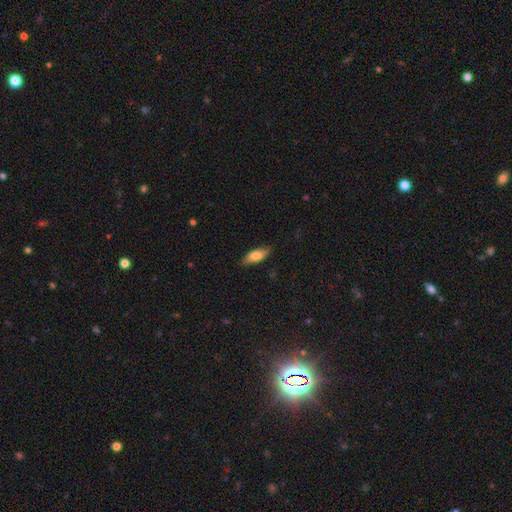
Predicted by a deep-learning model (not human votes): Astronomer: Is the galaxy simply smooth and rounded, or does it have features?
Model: smooth — 73%.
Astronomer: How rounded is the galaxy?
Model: in between — 70%.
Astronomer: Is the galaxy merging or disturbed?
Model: none — 82%.